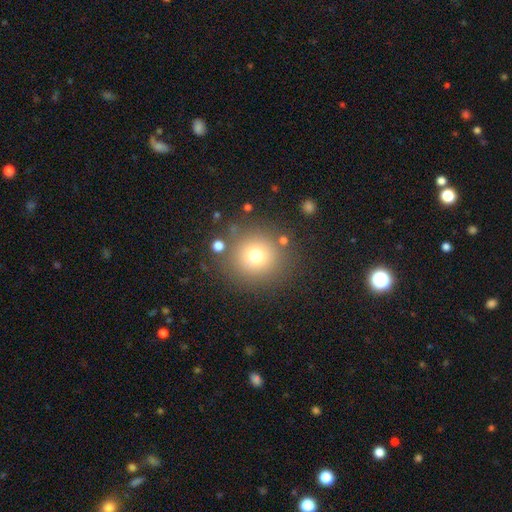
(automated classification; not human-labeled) Smooth or featured? smooth (72%)
How rounded? round (93%)
Merging? none (82%)